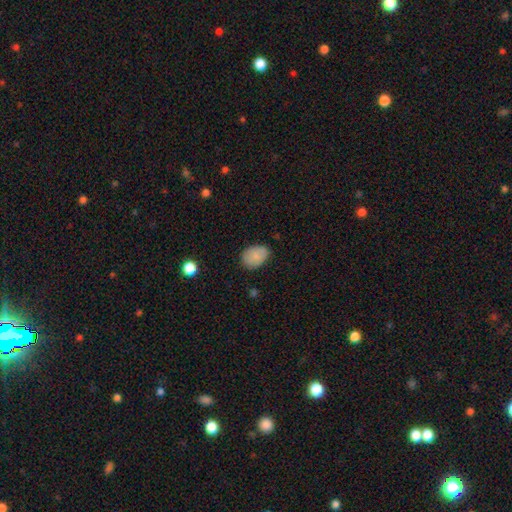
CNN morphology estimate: smooth-or-featured: smooth: 86% | star or artifact: 8% | featured or disk: 6%
  how-rounded: in between: 76% | round: 23% | cigar-shaped: 1%
  merging: none: 77% | minor disturbance: 18% | major disturbance: 4% | merger: 1%